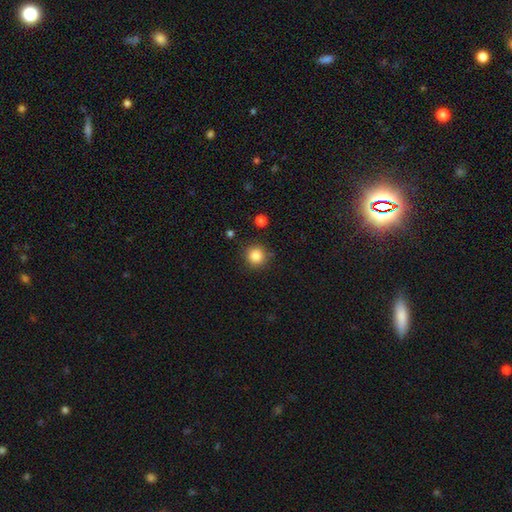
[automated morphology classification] Overall: smooth (85%). How rounded: round (94%). Merging: none (86%).